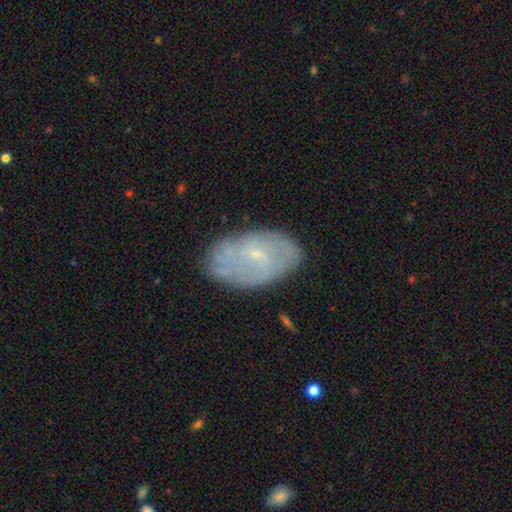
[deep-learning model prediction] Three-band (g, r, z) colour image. It shows a featured or disk galaxy (56%) with no bar (52%), spiral arms (63%) and a small central bulge (78%). Merging: none (72%).